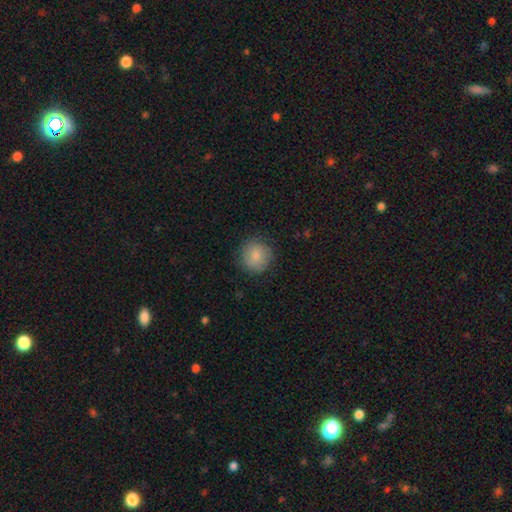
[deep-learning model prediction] Overall: smooth (85%). How rounded: round (92%). Merging: none (84%).